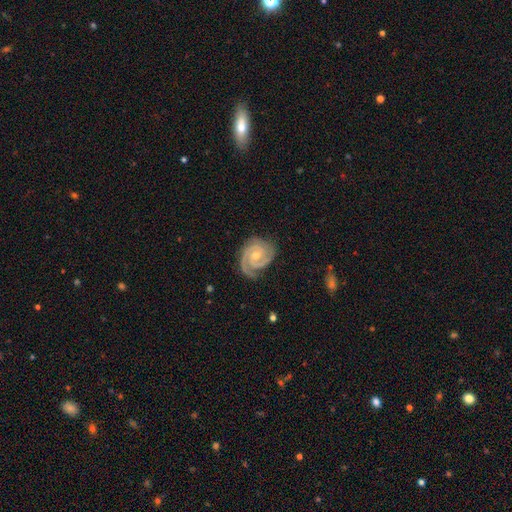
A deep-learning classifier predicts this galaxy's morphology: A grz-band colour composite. It shows a featured or disk galaxy (93%) with no bar (59%), 2 (68%) tight (73%) spiral arms (99%) and a small central bulge (48%, tied with moderate). Merging: none (78%).